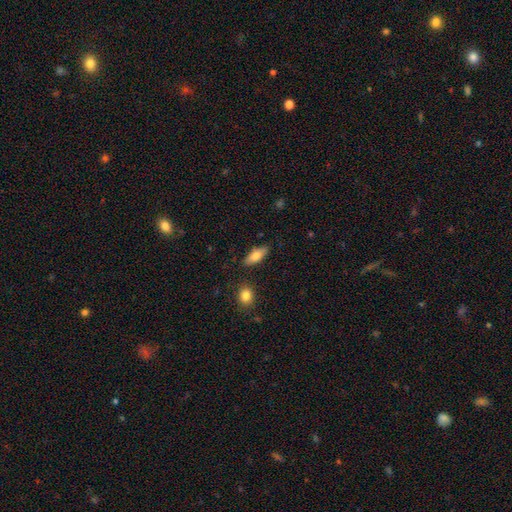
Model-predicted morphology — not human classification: This appears to be a smooth galaxy with no disk features (75%) that is in between round and cigar-shaped (74%). Merging: none (84%).